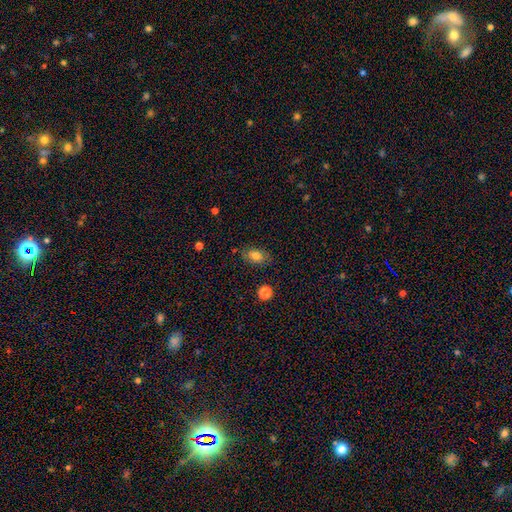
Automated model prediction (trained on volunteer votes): This is likely a smooth galaxy (75%). How rounded: clearly in between (86%). Merging: likely none (79%).